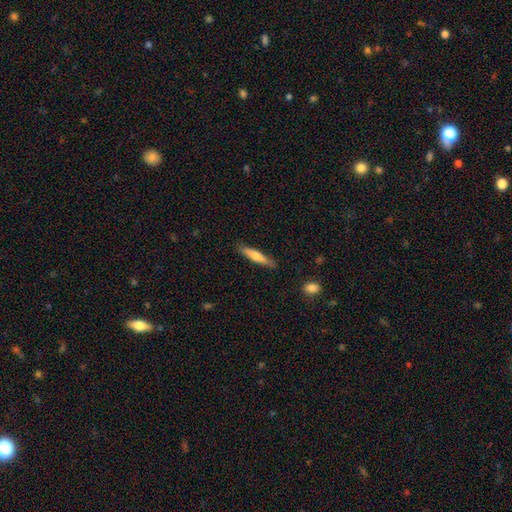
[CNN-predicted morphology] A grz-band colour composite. It shows a smooth galaxy with no disk features (67%) that is cigar-shaped (88%). Merging: none (85%).